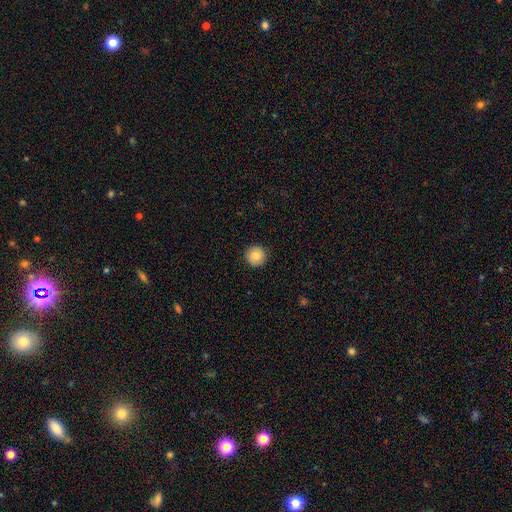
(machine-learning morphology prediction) type=smooth (83%); roundness=round (96%); merging=none (91%).